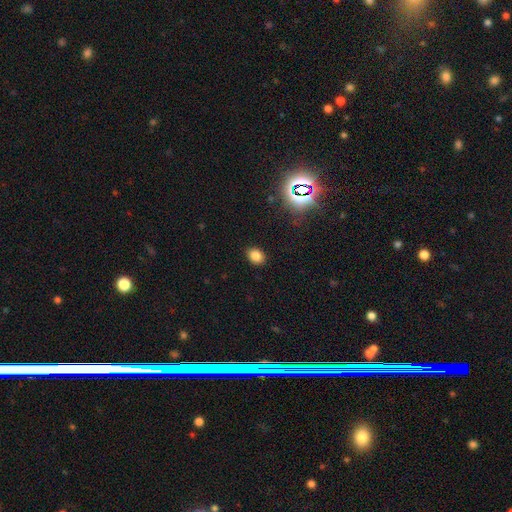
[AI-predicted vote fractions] Smooth or featured: smooth — 81% (star or artifact — 14%)
How rounded: in between — 70% (round — 29%)
Merging: none — 88% (minor disturbance — 8%)